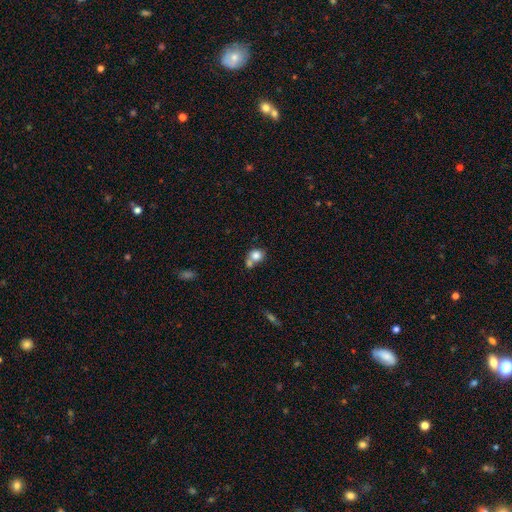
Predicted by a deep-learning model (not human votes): Morphology: type=smooth (80%); roundness=round (68%); merging=merger (47%).